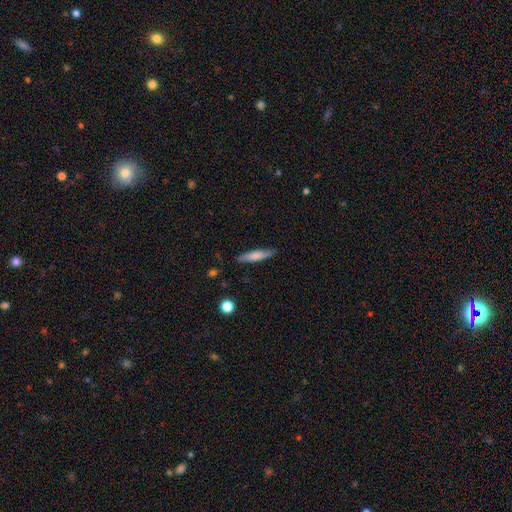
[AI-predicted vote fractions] The model was most divided on "smooth or featured": smooth: 69%, featured or disk: 24%, star or artifact: 6%. More confident: how rounded — cigar-shaped (85%); merging — none (84%).